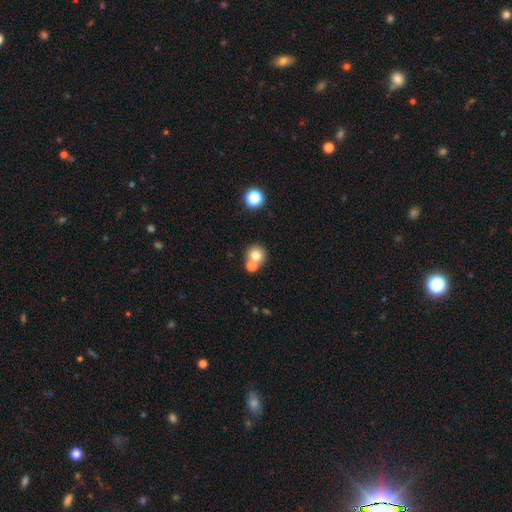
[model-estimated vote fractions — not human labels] A smooth galaxy with no disk features (75%) that is round (90%). Merging: none (56%).